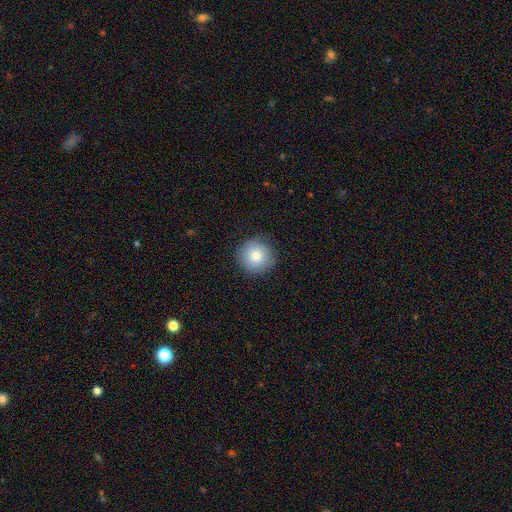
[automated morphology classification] smooth 80%, featured or disk 11%, star or artifact 9%. Down the decision tree: how rounded — round (95%); merging — none (85%).